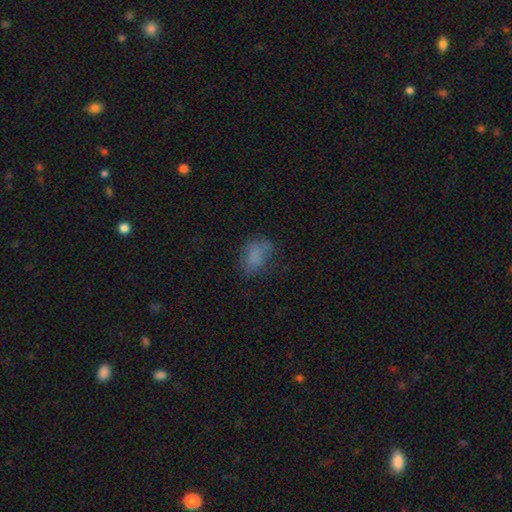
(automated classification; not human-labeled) smooth_or_featured: smooth (p=0.76) [alt: star or artifact p=0.12]
how_rounded: in between (p=0.79) [alt: round p=0.19]
merging: none (p=0.61) [alt: minor disturbance p=0.24]